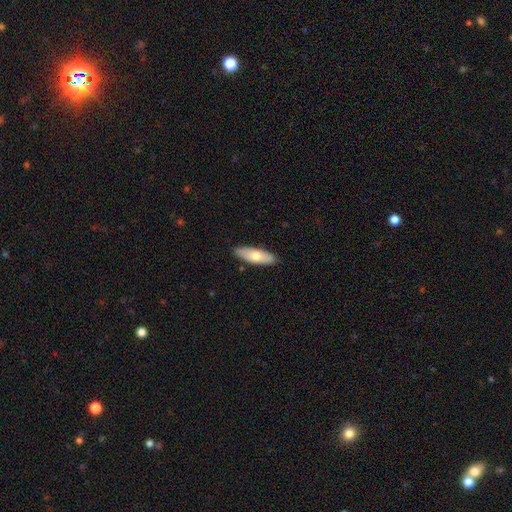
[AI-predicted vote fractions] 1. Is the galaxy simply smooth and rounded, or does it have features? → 66% smooth, 28% featured or disk, 5% star or artifact.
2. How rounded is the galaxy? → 58% in between, 40% cigar-shaped, 2% round.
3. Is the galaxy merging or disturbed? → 89% none, 8% minor disturbance, 2% major disturbance, 1% merger.